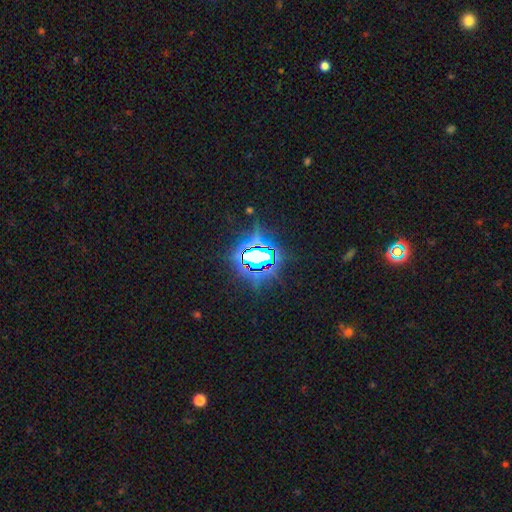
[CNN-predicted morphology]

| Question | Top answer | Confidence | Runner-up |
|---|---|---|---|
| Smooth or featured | star or artifact | 77% | smooth (12%) |